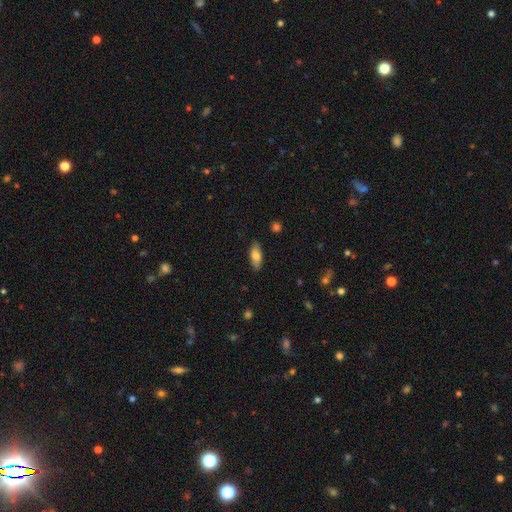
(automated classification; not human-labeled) Overall: smooth (78%). How rounded: in between (79%). Merging: none (85%).